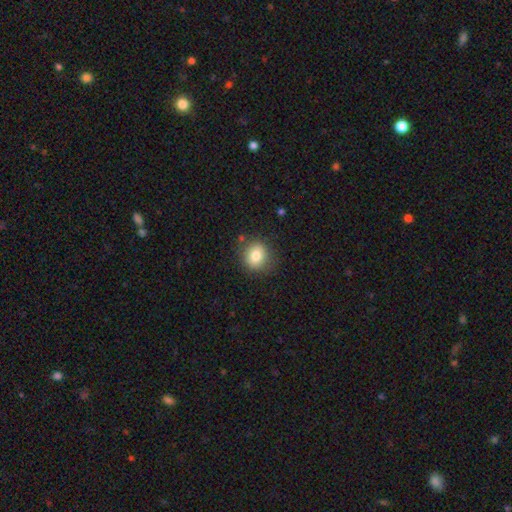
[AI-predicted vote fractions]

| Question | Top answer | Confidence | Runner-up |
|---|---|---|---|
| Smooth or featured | smooth | 80% | star or artifact (10%) |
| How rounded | round | 80% | in between (20%) |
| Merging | none | 82% | minor disturbance (12%) |